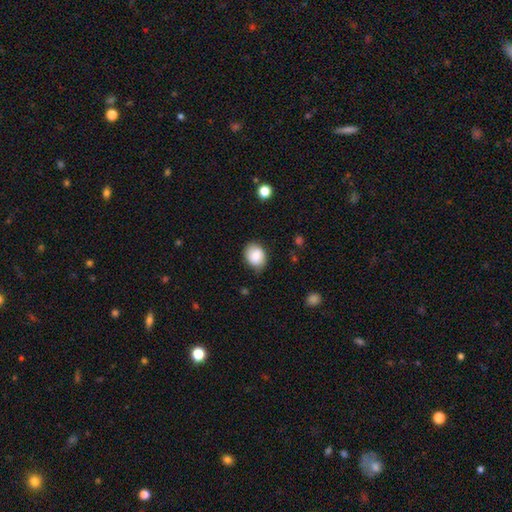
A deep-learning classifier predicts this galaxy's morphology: This is clearly a smooth galaxy (84%). How rounded: possibly round (50%). Merging: likely none (74%).